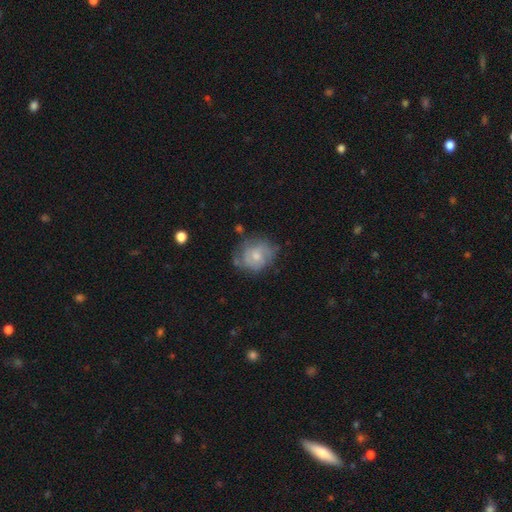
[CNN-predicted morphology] This appears to be a featured or disk galaxy (58%) with no bar (68%), spiral arms (77%) and a moderate central bulge (49%). Merging: none (57%).